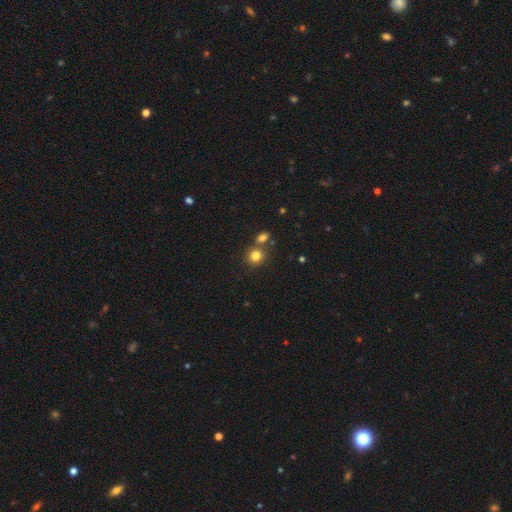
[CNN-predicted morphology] This is clearly a smooth galaxy (80%). How rounded: clearly round (82%). Merging: likely none (65%).